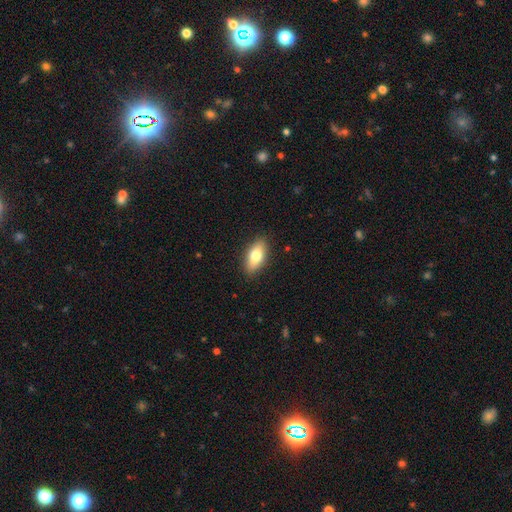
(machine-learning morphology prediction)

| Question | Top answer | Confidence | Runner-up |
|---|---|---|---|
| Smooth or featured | smooth | 76% | featured or disk (17%) |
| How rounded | in between | 85% | cigar-shaped (11%) |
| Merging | none | 89% | minor disturbance (8%) |